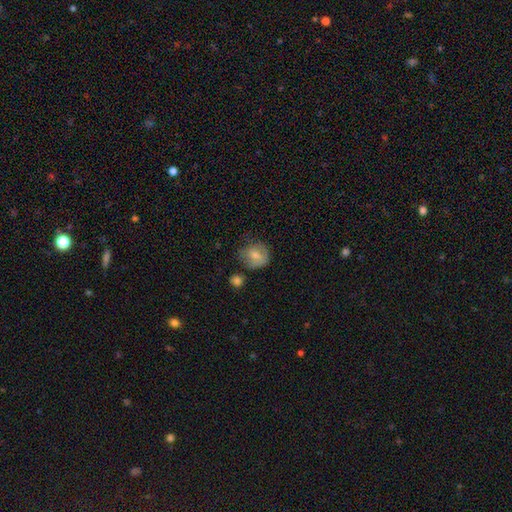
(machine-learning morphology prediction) Smooth or featured? Predicted: smooth (p=0.70). How rounded? Predicted: round (p=0.74). Merging? Predicted: none (p=0.56).